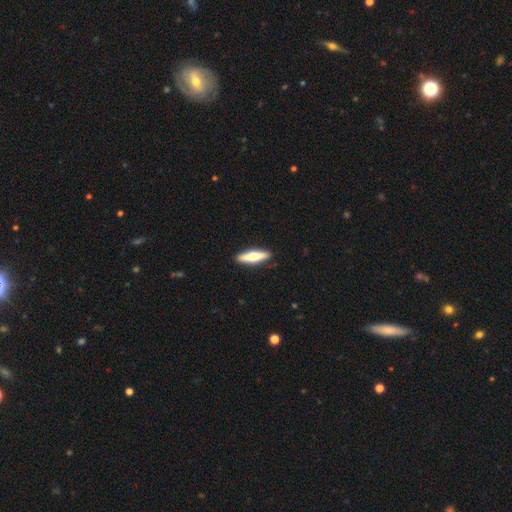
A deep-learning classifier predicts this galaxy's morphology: Smooth or featured? Predicted: smooth (p=0.53). How rounded? Predicted: cigar-shaped (p=0.72). Merging? Predicted: none (p=0.91).